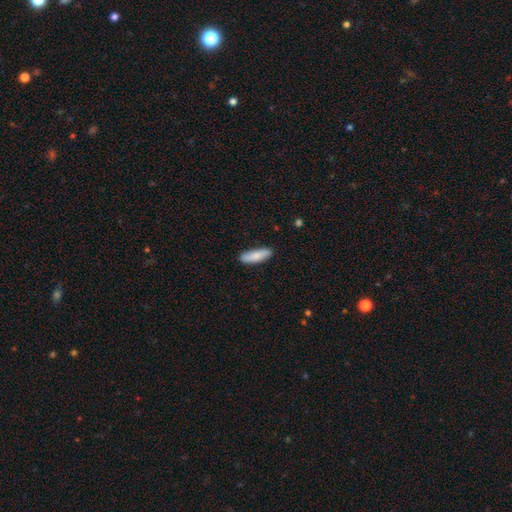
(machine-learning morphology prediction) Smooth or featured? smooth (83%)
How rounded? cigar-shaped (56%)
Merging? none (88%)